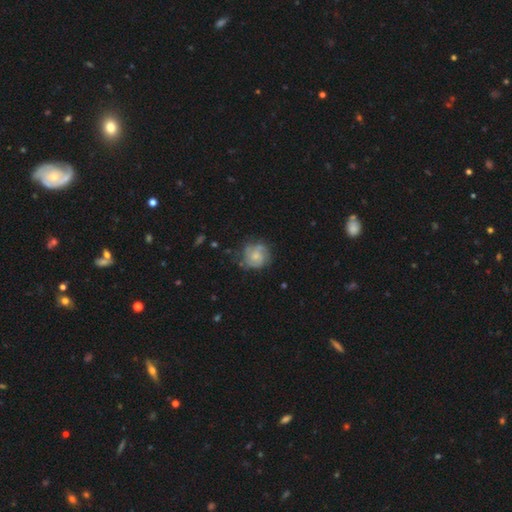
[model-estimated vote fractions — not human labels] A featured or disk galaxy (66%) with no bar (71%), 2 (39%) tight (53%) spiral arms (88%) and a small central bulge (47%). Merging: none (68%).